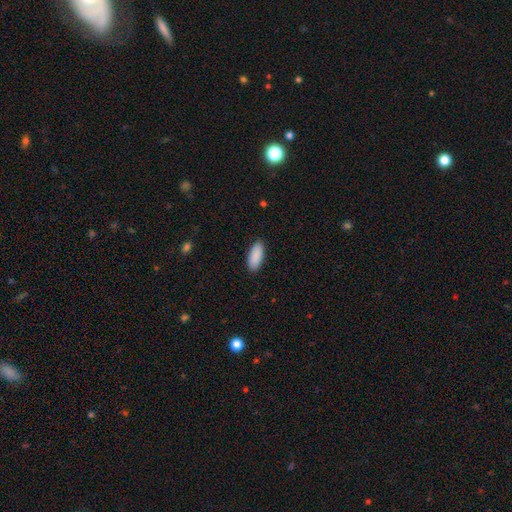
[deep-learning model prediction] smooth 91%, star or artifact 6%, featured or disk 3%. Down the decision tree: how rounded — in between (83%); merging — none (90%).